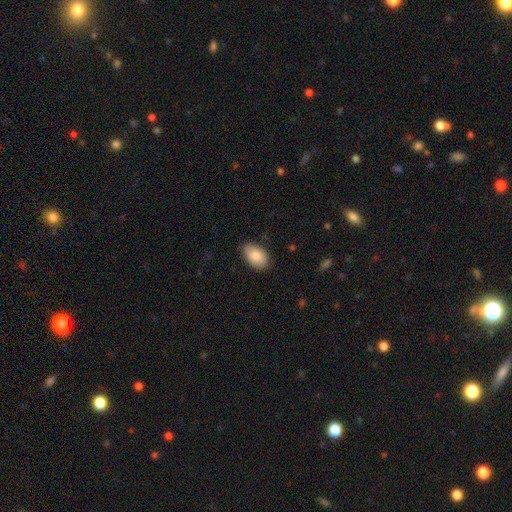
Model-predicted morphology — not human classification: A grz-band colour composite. It shows a smooth galaxy with no disk features (87%) that is in between round and cigar-shaped (92%). Merging: none (83%).